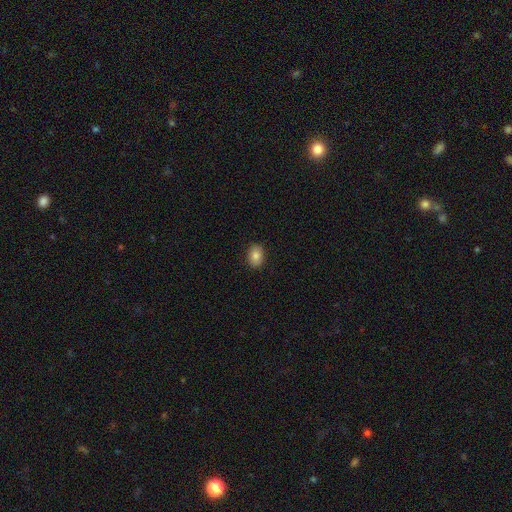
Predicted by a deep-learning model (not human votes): Q: Smooth or featured?
A: smooth (83%); runner-up: star or artifact (9%)
Q: How rounded?
A: in between (75%); runner-up: round (24%)
Q: Merging?
A: none (89%); runner-up: minor disturbance (8%)